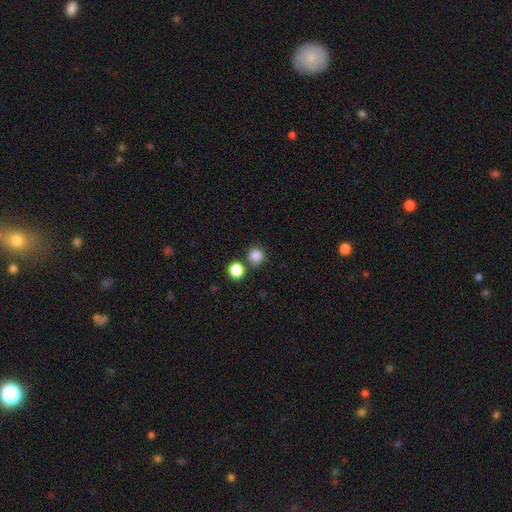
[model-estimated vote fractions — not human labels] The model was most divided on "merging": none: 73%, merger: 16%, minor disturbance: 8%, major disturbance: 3%. More confident: how rounded — round (93%); smooth or featured — smooth (84%).